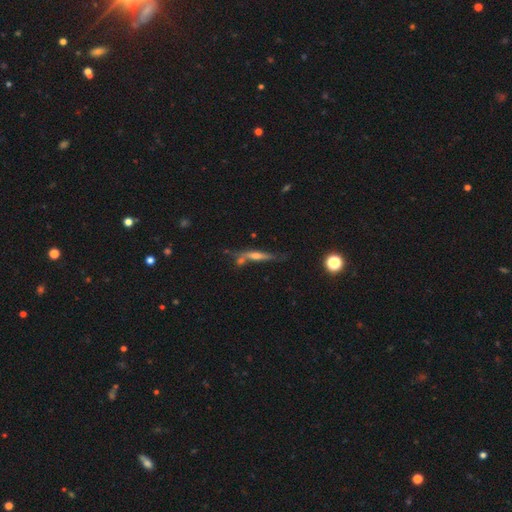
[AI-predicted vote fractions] A featured or disk galaxy (59%) viewed edge-on (89%) with a rounded central bulge (70%).

Vote fractions:
- Smooth or featured? featured or disk: 59% / smooth: 32% / star or artifact: 10%
- Edge-on disk? yes: 89% / no: 11%
- Edge-on bulge? rounded: 70% / none: 17% / boxy: 12%
- Merging? none: 56% / minor disturbance: 19% / merger: 18% / major disturbance: 8%